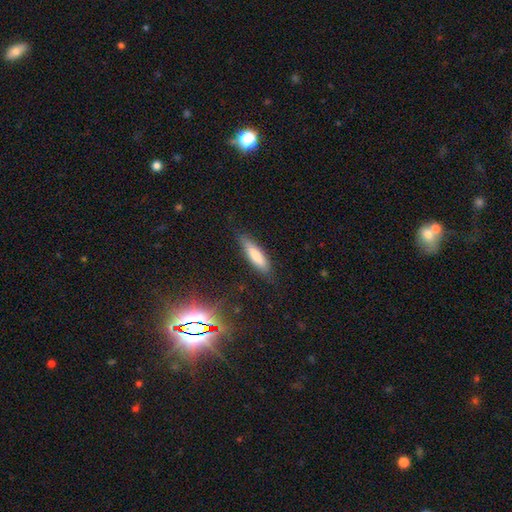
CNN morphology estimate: Q: Smooth or featured?
A: smooth (76%); runner-up: featured or disk (17%)
Q: How rounded?
A: cigar-shaped (66%); runner-up: in between (32%)
Q: Merging?
A: none (80%); runner-up: minor disturbance (15%)